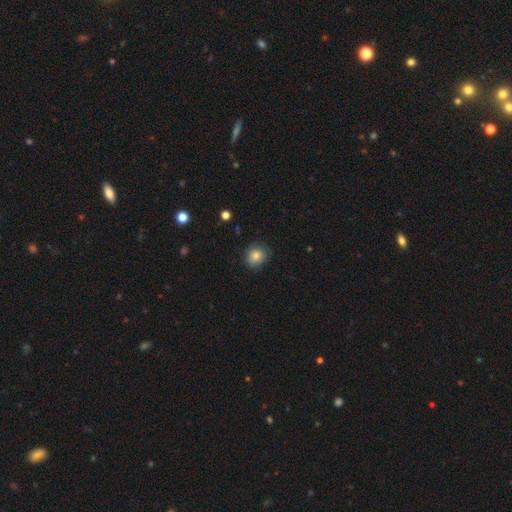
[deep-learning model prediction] Smooth or featured?
  - smooth: 83% *
  - star or artifact: 10%
  - featured or disk: 7%
How rounded?
  - round: 81% *
  - in between: 18%
  - cigar-shaped: 1%
Merging?
  - none: 81% *
  - minor disturbance: 15%
  - major disturbance: 3%
  - merger: 1%